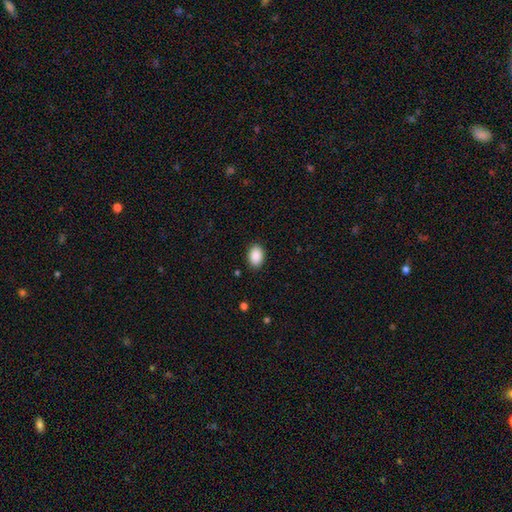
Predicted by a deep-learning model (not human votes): smooth_or_featured: smooth (p=0.90) [alt: star or artifact p=0.07]
how_rounded: in between (p=0.83) [alt: round p=0.16]
merging: none (p=0.88) [alt: minor disturbance p=0.08]